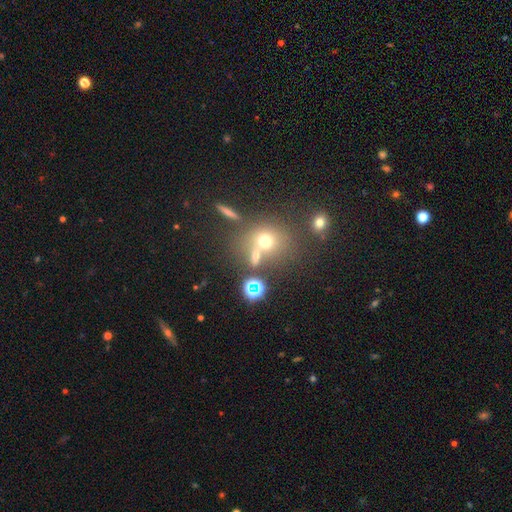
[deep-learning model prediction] A smooth galaxy with no disk features (58%) that is round (72%). Merging: none (53%).